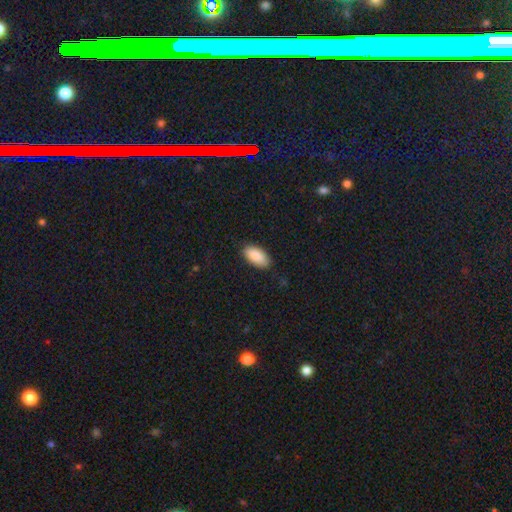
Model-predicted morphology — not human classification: Smooth or featured: smooth — 90% (star or artifact — 6%)
How rounded: in between — 94% (cigar-shaped — 4%)
Merging: none — 84% (minor disturbance — 12%)